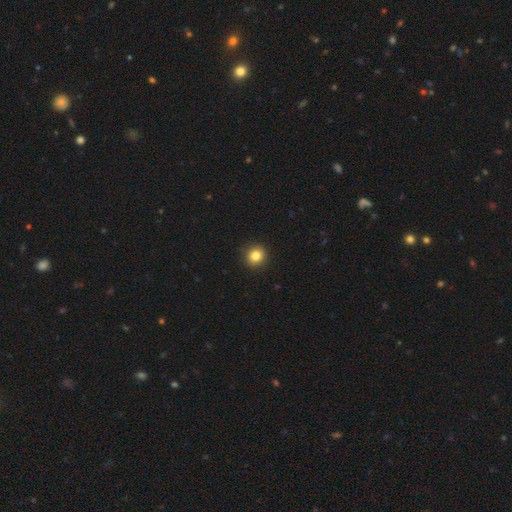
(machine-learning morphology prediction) smooth_or_featured: smooth (p=0.84) [alt: star or artifact p=0.11]
how_rounded: round (p=0.87) [alt: in between p=0.12]
merging: none (p=0.91) [alt: minor disturbance p=0.06]